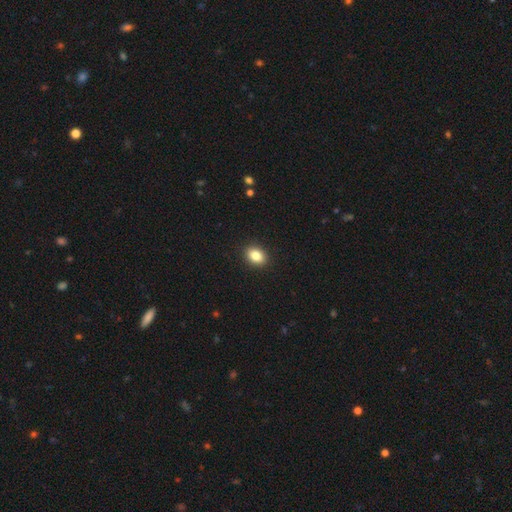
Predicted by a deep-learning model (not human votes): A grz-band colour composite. It shows a smooth galaxy with no disk features (85%) that is in between round and cigar-shaped (69%). Merging: none (91%).